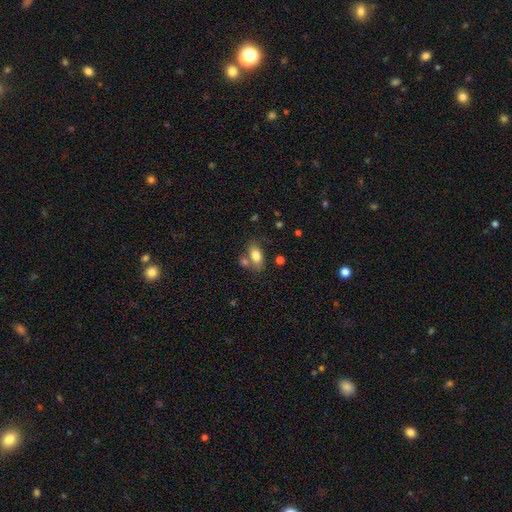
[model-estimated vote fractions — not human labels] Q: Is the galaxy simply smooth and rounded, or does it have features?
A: smooth — 79%.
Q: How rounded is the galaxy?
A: in between — 88%.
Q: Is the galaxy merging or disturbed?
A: none — 59%.